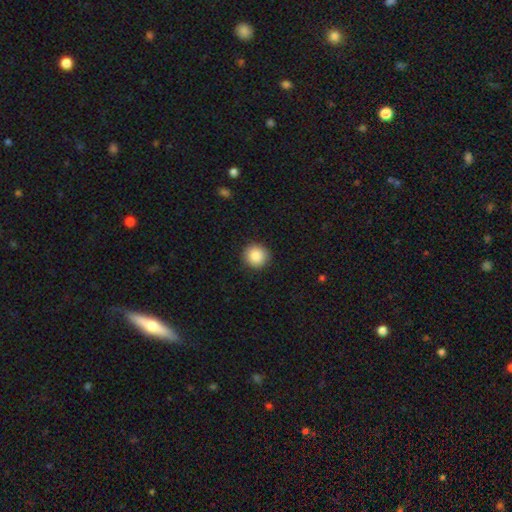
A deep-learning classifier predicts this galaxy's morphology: A smooth galaxy with no disk features (89%) that is round (94%). Merging: none (92%).